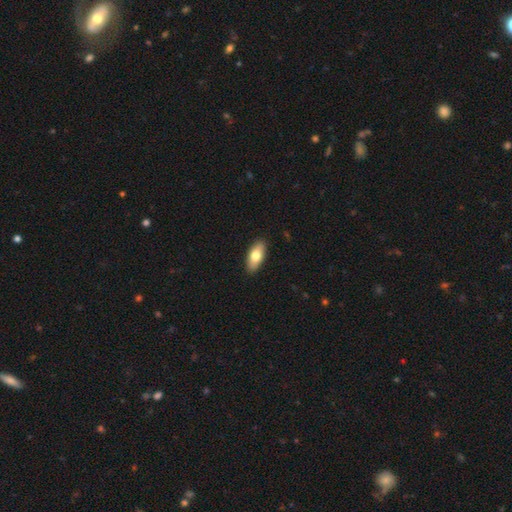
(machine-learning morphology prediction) Smooth or featured?
  - smooth: 75% *
  - featured or disk: 19%
  - star or artifact: 6%
How rounded?
  - in between: 86% *
  - cigar-shaped: 11%
  - round: 3%
Merging?
  - none: 90% *
  - minor disturbance: 8%
  - major disturbance: 2%
  - merger: 1%